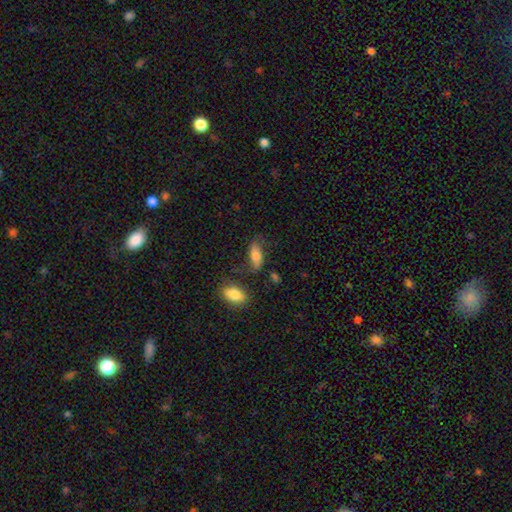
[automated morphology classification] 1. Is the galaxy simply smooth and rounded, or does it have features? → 70% smooth, 22% featured or disk, 9% star or artifact.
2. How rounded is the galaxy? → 76% in between, 20% cigar-shaped, 4% round.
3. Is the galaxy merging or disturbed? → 59% none, 23% minor disturbance, 10% major disturbance, 7% merger.